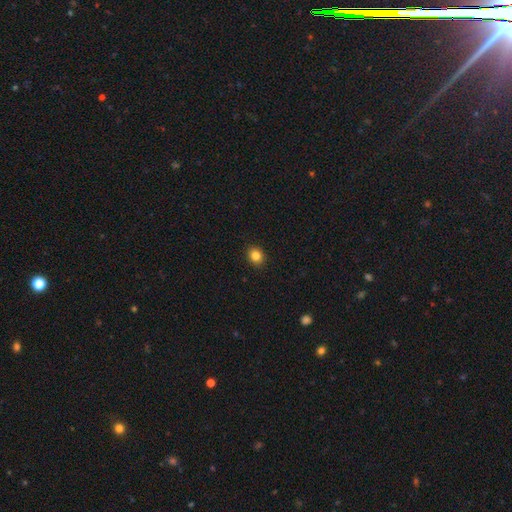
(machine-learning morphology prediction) smooth 83%, star or artifact 11%, featured or disk 6%. Down the decision tree: how rounded — round (62%); merging — none (91%).